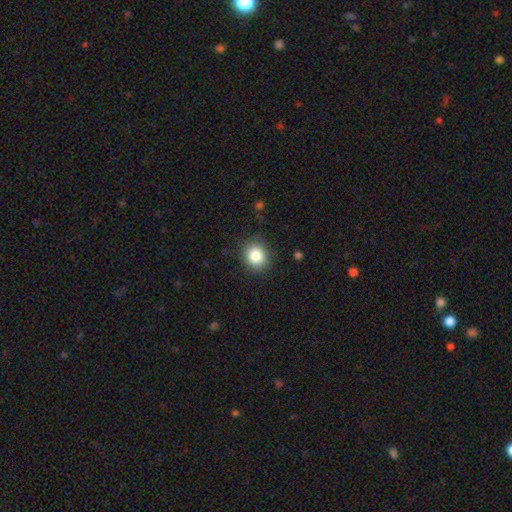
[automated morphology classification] Overall: smooth (84%). How rounded: round (82%). Merging: none (86%).